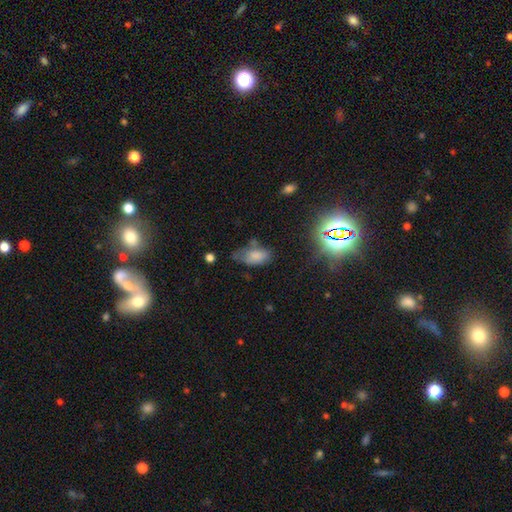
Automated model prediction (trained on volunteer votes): Smooth or featured?
  - smooth: 73% *
  - featured or disk: 15%
  - star or artifact: 12%
How rounded?
  - in between: 91% *
  - round: 5%
  - cigar-shaped: 4%
Merging?
  - none: 41% *
  - minor disturbance: 35%
  - major disturbance: 16%
  - merger: 8%